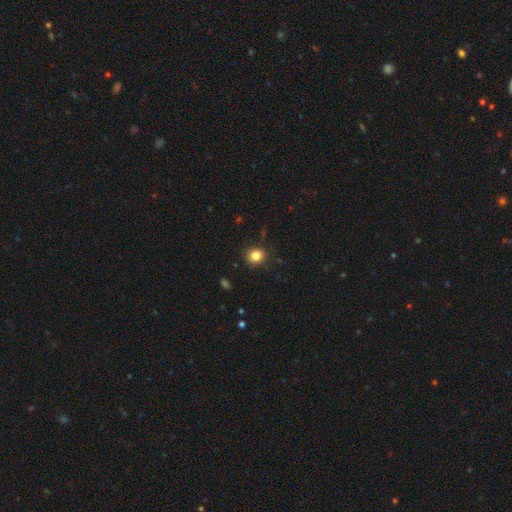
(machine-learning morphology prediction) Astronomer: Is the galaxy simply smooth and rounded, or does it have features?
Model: smooth — 83%.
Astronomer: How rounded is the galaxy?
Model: round — 82%.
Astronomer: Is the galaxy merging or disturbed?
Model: none — 89%.